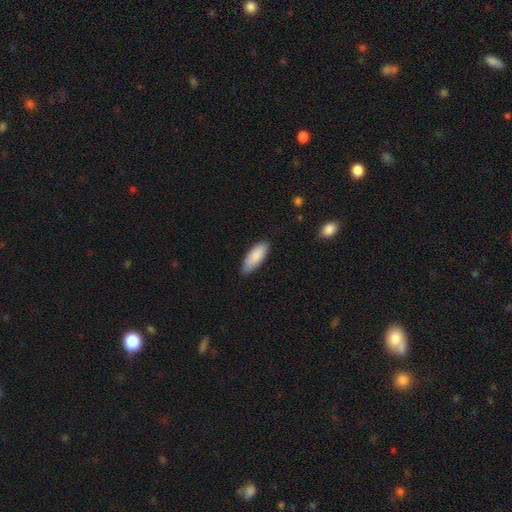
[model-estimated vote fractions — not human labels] This appears to be a smooth galaxy with no disk features (87%) that is in between round and cigar-shaped (76%). Merging: none (77%).